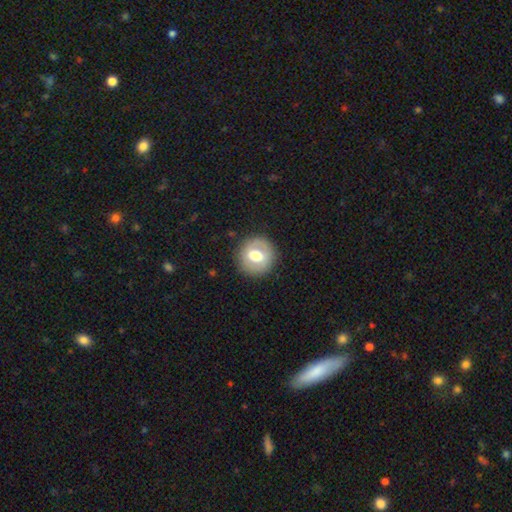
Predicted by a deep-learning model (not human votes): Smooth or featured? Predicted: smooth (p=0.54). How rounded? Predicted: round (p=0.89). Merging? Predicted: none (p=0.85).